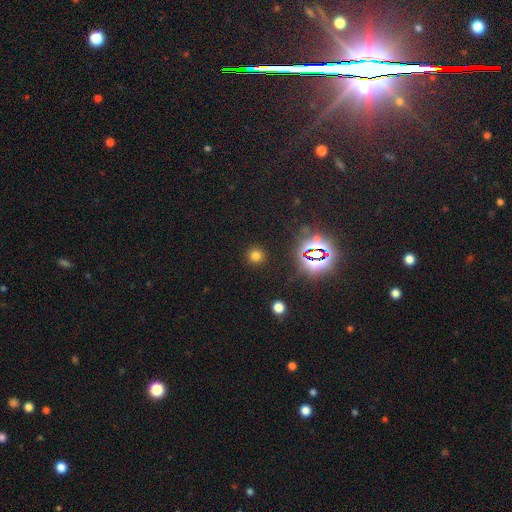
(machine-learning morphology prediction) A smooth galaxy with no disk features (70%) that is round (93%). Merging: none (90%).